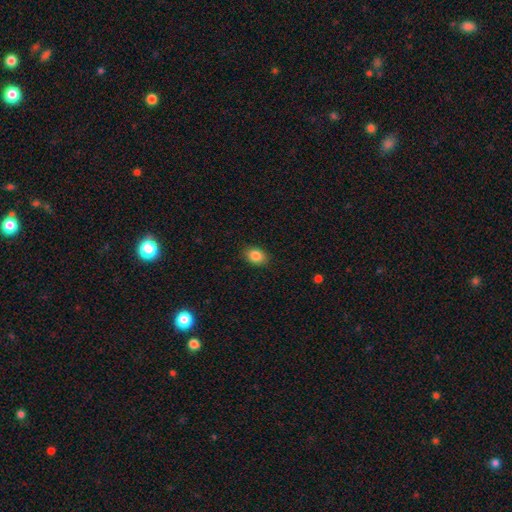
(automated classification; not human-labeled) Smooth or featured: smooth — 85% (star or artifact — 9%)
How rounded: in between — 74% (round — 25%)
Merging: none — 88% (minor disturbance — 9%)